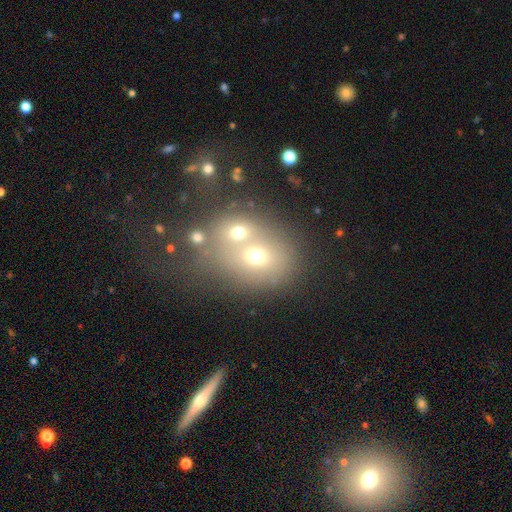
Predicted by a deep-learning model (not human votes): smooth_or_featured: smooth (p=0.54) [alt: featured or disk p=0.27]
how_rounded: round (p=0.58) [alt: in between p=0.40]
merging: merger (p=0.61) [alt: none p=0.26]